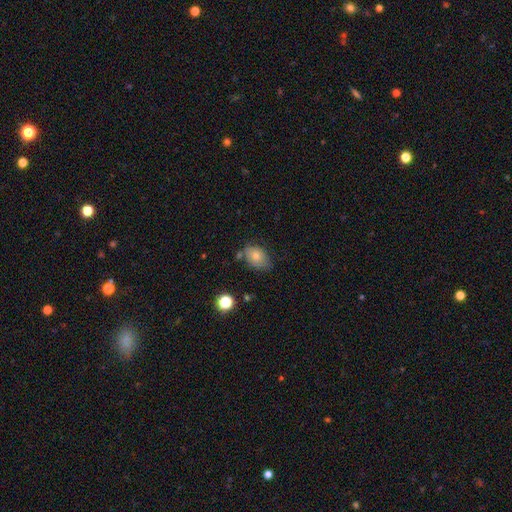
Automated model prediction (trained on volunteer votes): This appears to be a smooth galaxy with no disk features (70%) that is in between round and cigar-shaped (75%). Merging: none (64%).